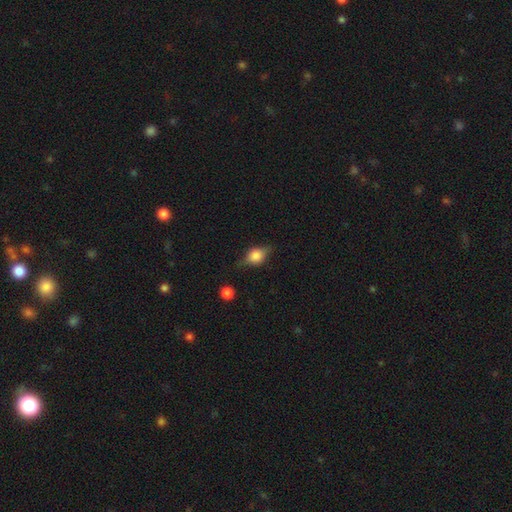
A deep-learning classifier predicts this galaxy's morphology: Q: Smooth or featured?
A: smooth (54%); runner-up: featured or disk (36%)
Q: How rounded?
A: in between (55%); runner-up: round (39%)
Q: Merging?
A: none (69%); runner-up: minor disturbance (22%)